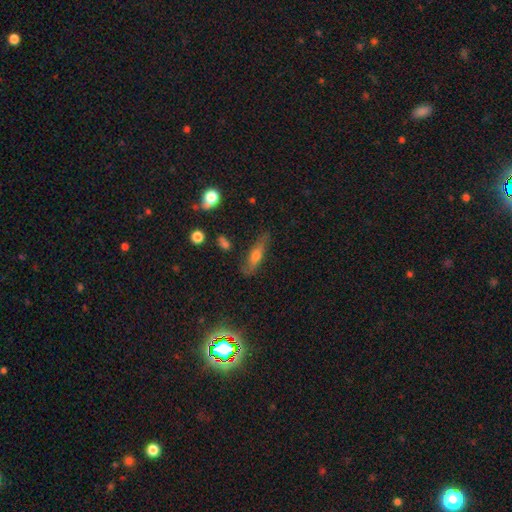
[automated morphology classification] smooth 48%, featured or disk 41%, star or artifact 10%. Down the decision tree: merging — none (75%).